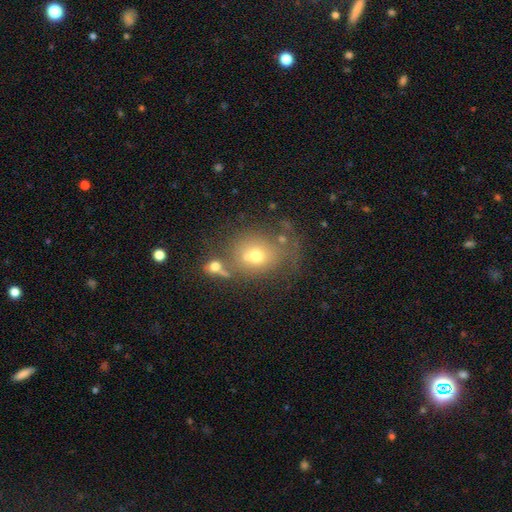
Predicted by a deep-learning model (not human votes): Morphology: type=smooth (63%); roundness=round (64%); merging=none (44%).